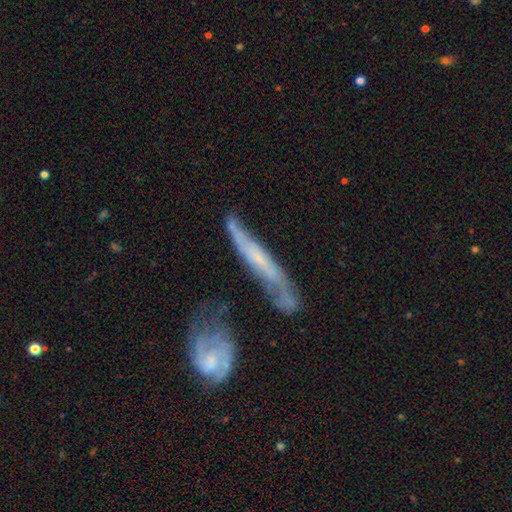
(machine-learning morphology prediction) A featured or disk galaxy (67%) viewed edge-on (55%).

Vote fractions:
- Smooth or featured? featured or disk: 67% / smooth: 26% / star or artifact: 7%
- Edge-on disk? yes: 55% / no: 45%
- Merging? none: 45% / minor disturbance: 24% / merger: 16% / major disturbance: 15%